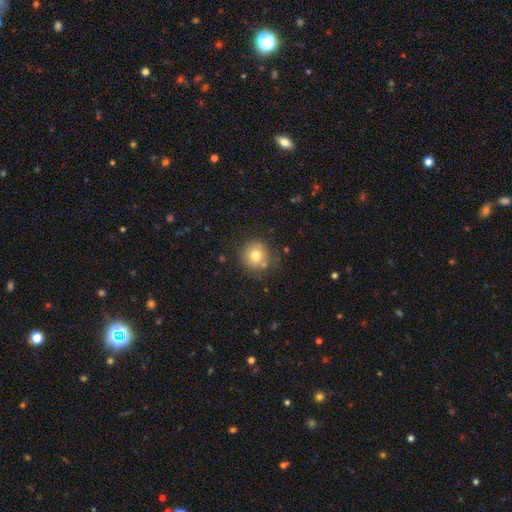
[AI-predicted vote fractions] Smooth or featured? Predicted: smooth (p=0.75). How rounded? Predicted: round (p=0.92). Merging? Predicted: none (p=0.77).